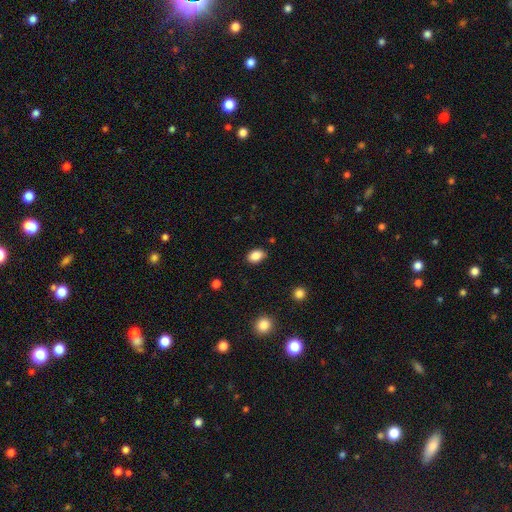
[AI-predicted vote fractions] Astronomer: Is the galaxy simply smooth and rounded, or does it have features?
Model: smooth — 87%.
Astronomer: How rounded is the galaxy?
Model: in between — 81%.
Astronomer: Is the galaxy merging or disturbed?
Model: none — 85%.